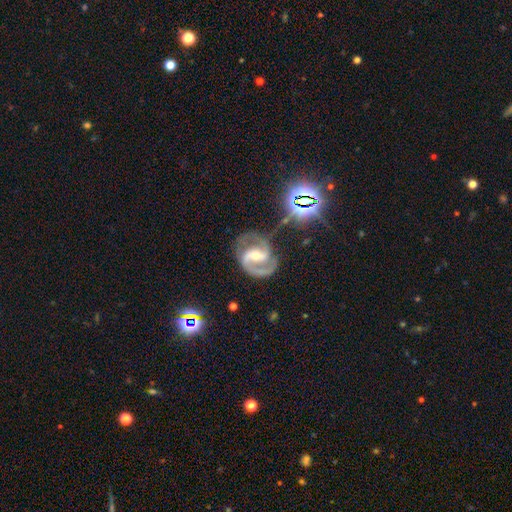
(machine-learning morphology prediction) A featured or disk galaxy (90%) with a strong bar (40%, tied with weak), 2 (90%) medium (63%) spiral arms (98%) and a moderate central bulge (52%). Merging: none (70%).